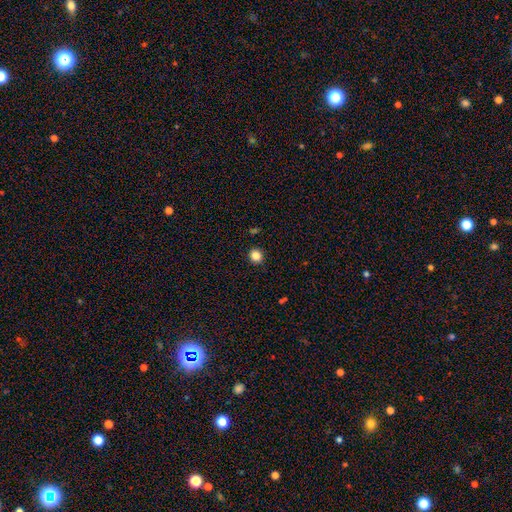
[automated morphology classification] type=smooth (85%); roundness=round (89%); merging=none (91%).